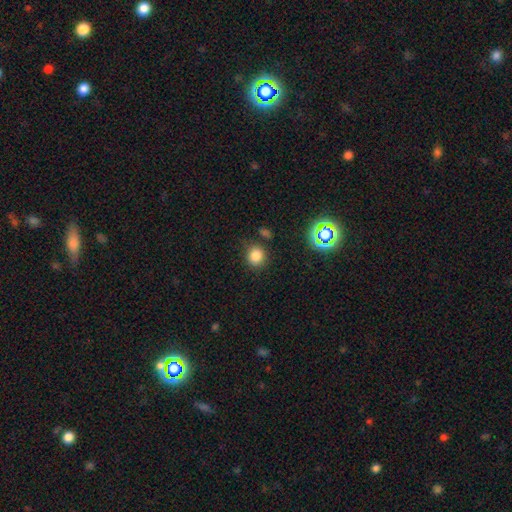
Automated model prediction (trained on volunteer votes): Smooth or featured: smooth — 80% (star or artifact — 15%)
How rounded: round — 82% (in between — 17%)
Merging: none — 80% (minor disturbance — 12%)